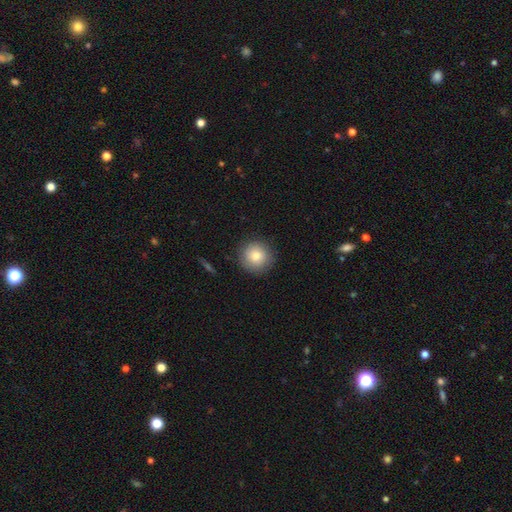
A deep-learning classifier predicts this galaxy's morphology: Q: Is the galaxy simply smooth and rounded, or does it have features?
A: smooth — 82%.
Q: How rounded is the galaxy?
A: round — 94%.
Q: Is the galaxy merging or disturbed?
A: none — 89%.